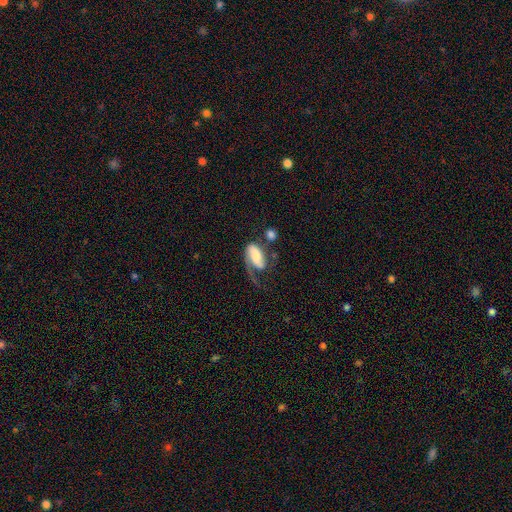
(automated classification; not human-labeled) smooth-or-featured: featured or disk: 54% | smooth: 38% | star or artifact: 7%
  disk-edge-on: no: 94% | yes: 6%
    bar: no: 47% | weak: 30% | strong: 22%
    has-spiral-arms: yes: 85% | no: 15%
    bulge-size: large: 25% (tied) | moderate: 25% (tied) | small: 22% | none: 20% | dominant: 8%
  merging: major disturbance: 45% | none: 26% | minor disturbance: 18% | merger: 11%